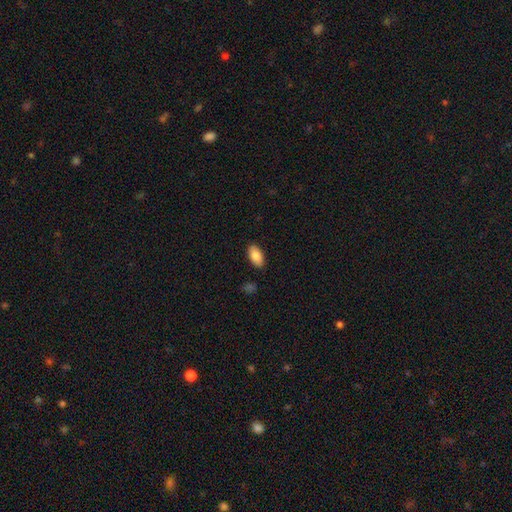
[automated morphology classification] type=smooth (86%); roundness=in between (94%); merging=none (88%).